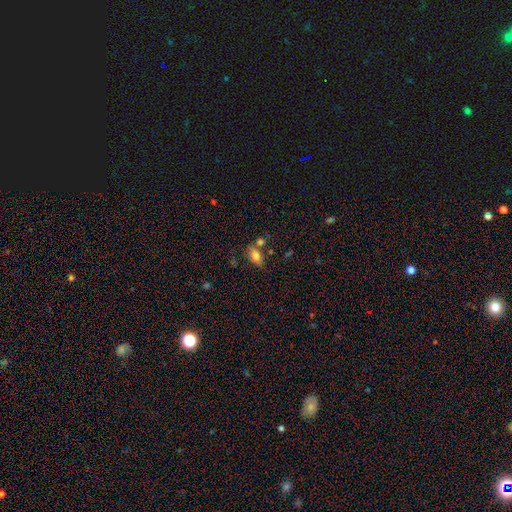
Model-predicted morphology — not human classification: type=smooth (76%); roundness=in between (87%); merging=none (65%).